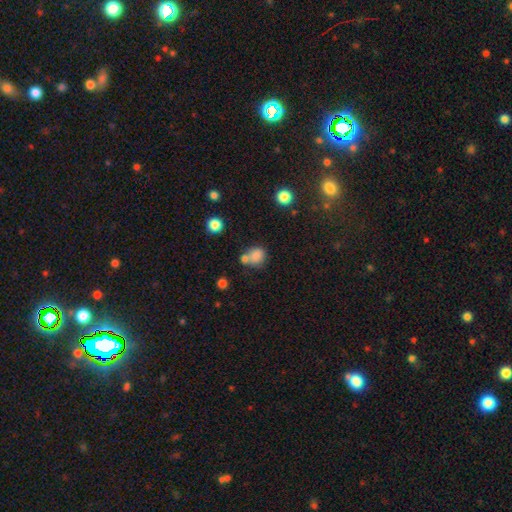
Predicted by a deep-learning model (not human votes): Smooth or featured?
  - smooth: 80% *
  - star or artifact: 12%
  - featured or disk: 8%
How rounded?
  - round: 70% *
  - in between: 29%
  - cigar-shaped: 1%
Merging?
  - none: 49% *
  - merger: 32%
  - minor disturbance: 14%
  - major disturbance: 6%